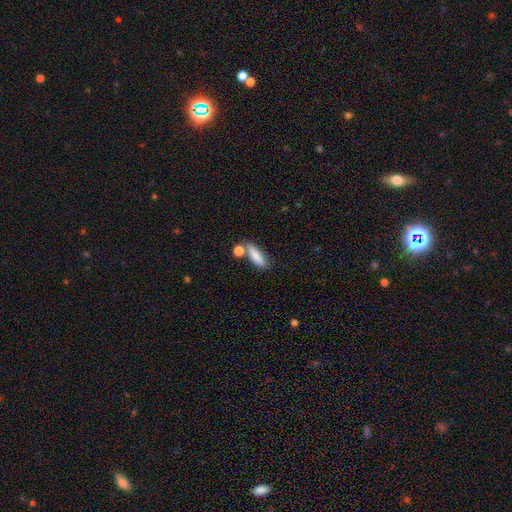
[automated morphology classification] Smooth or featured: smooth — 83% (featured or disk — 9%)
How rounded: cigar-shaped — 48% (in between — 47%)
Merging: none — 58% (merger — 22%)